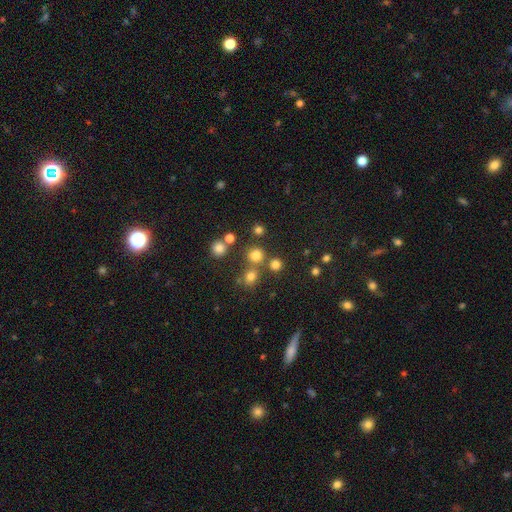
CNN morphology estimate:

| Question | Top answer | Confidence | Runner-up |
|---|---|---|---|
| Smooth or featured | smooth | 75% | star or artifact (19%) |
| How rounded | round | 91% | in between (8%) |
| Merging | none | 74% | merger (16%) |